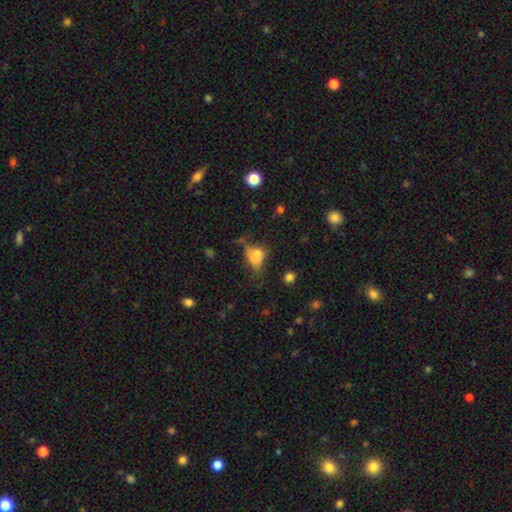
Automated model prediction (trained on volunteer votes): Q: Smooth or featured?
A: smooth (67%); runner-up: star or artifact (16%)
Q: How rounded?
A: in between (71%); runner-up: round (25%)
Q: Merging?
A: none (33%); runner-up: minor disturbance (26%)